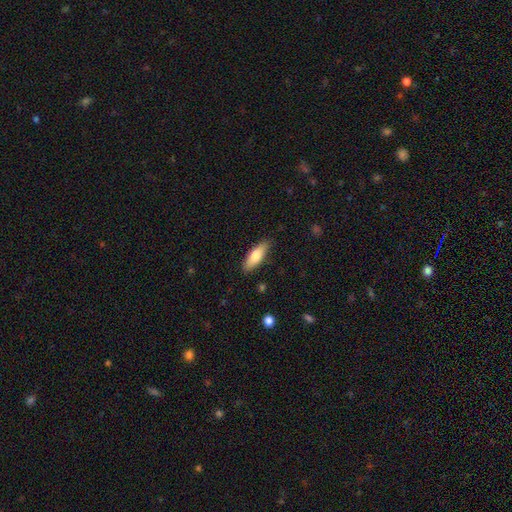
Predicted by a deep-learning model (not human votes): This is likely a smooth galaxy (75%). How rounded: possibly in between (60%). Merging: clearly none (86%).